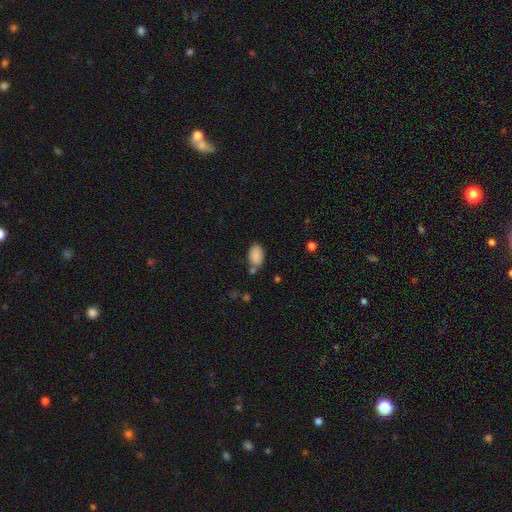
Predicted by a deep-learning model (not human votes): This is clearly a smooth galaxy (86%). How rounded: clearly in between (90%). Merging: likely none (64%).